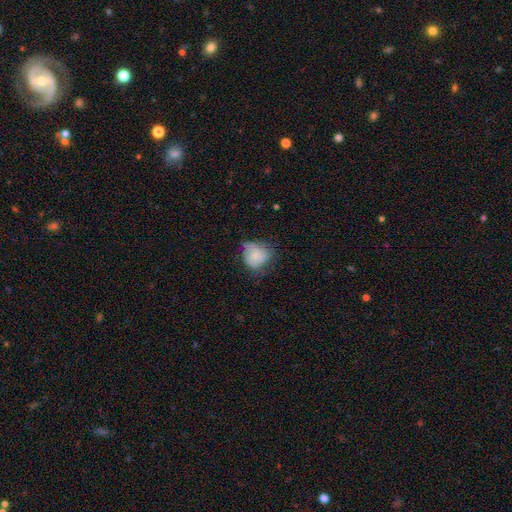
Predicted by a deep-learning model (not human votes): Morphology: type=smooth (67%); roundness=round (65%); merging=none (42%).